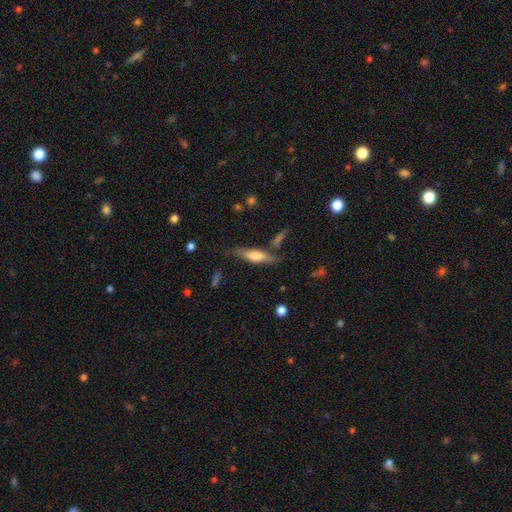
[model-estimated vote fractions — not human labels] Q: Smooth or featured?
A: smooth (53%); runner-up: featured or disk (40%)
Q: How rounded?
A: cigar-shaped (63%); runner-up: in between (35%)
Q: Merging?
A: none (67%); runner-up: minor disturbance (19%)